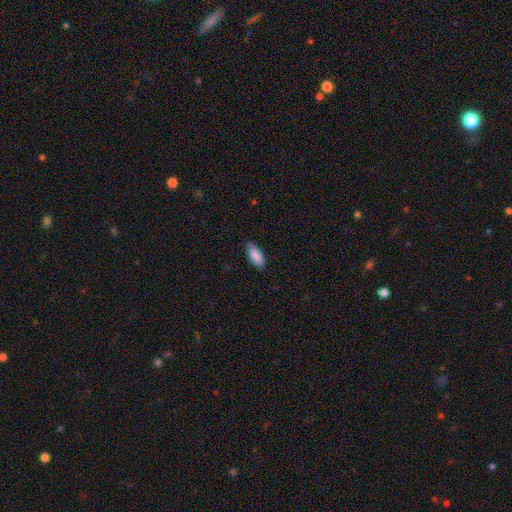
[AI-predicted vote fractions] Q: Smooth or featured?
A: smooth (88%); runner-up: featured or disk (6%)
Q: How rounded?
A: in between (82%); runner-up: cigar-shaped (17%)
Q: Merging?
A: none (80%); runner-up: minor disturbance (17%)